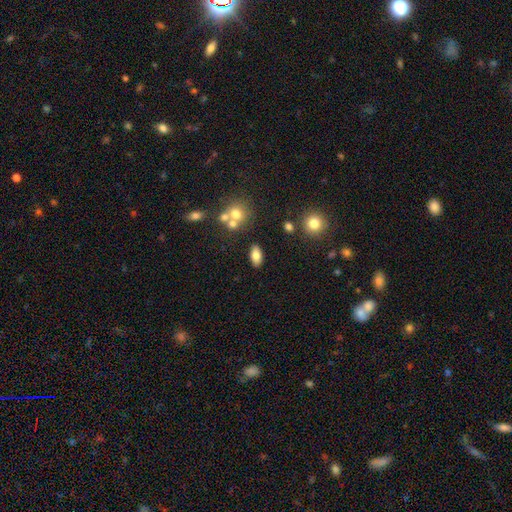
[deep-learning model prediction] The model was most divided on "smooth or featured": smooth: 78%, featured or disk: 13%, star or artifact: 9%. More confident: how rounded — in between (90%); merging — none (83%).